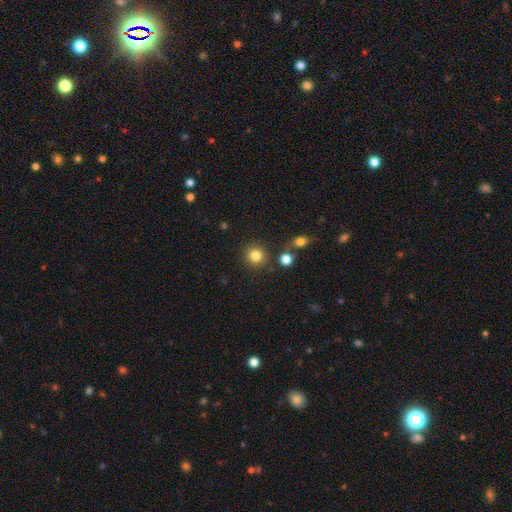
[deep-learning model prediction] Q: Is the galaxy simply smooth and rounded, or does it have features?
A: smooth — 82%.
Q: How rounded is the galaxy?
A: round — 92%.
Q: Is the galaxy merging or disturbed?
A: none — 84%.